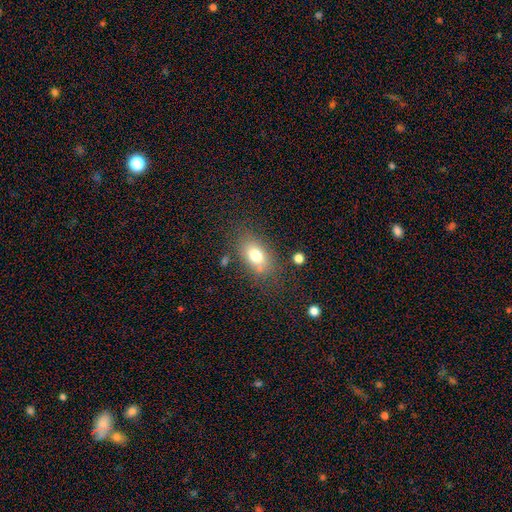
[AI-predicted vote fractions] smooth 75%, featured or disk 15%, star or artifact 10%. Down the decision tree: how rounded — in between (82%); merging — none (72%).